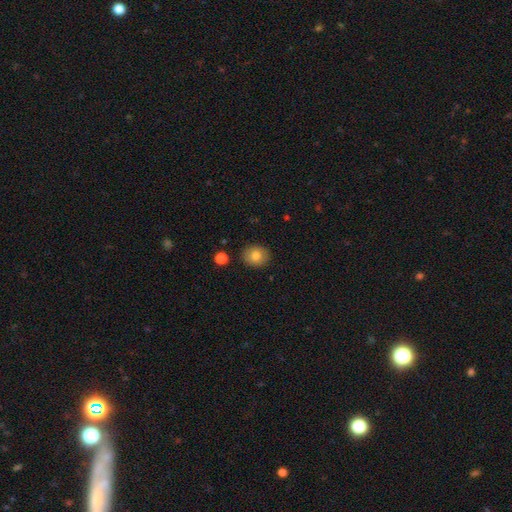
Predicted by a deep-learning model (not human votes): The model was most divided on "how rounded": round: 74%, in between: 25%, cigar-shaped: 1%. More confident: merging — none (89%); smooth or featured — smooth (80%).